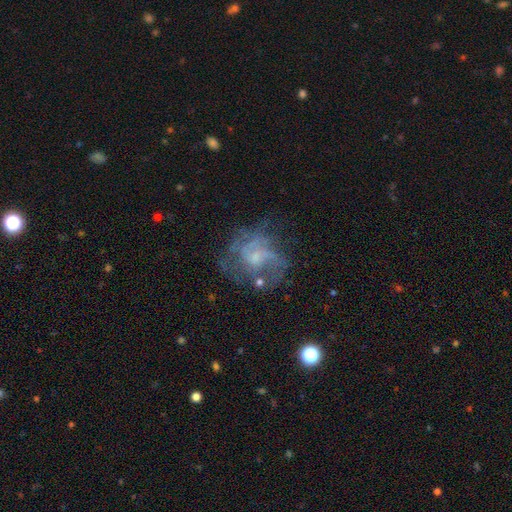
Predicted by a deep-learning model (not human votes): The model was most divided on "spiral winding": medium: 43%, tight: 32%, loose: 25%. Remaining: edge-on disk — no (98%); spiral arms — yes (77%); smooth or featured — featured or disk (71%); bar — no (66%); merging — none (55%); bulge size — small (54%); spiral arm count — can't tell (39%).